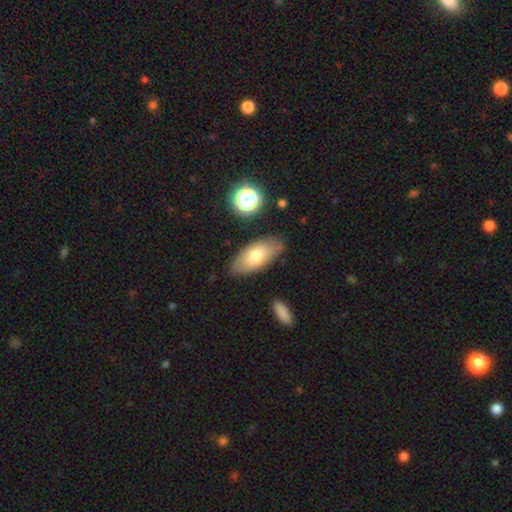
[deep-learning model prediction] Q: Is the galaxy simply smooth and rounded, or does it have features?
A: smooth — 73%.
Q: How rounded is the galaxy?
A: in between — 88%.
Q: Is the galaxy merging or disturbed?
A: none — 79%.